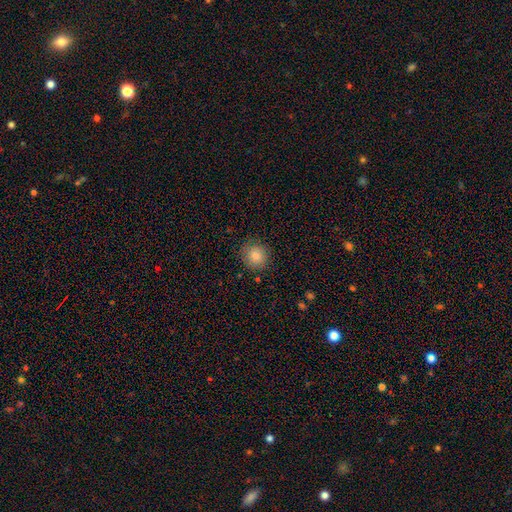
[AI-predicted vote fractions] Smooth or featured: smooth — 83% (star or artifact — 9%)
How rounded: round — 90% (in between — 10%)
Merging: none — 85% (minor disturbance — 11%)